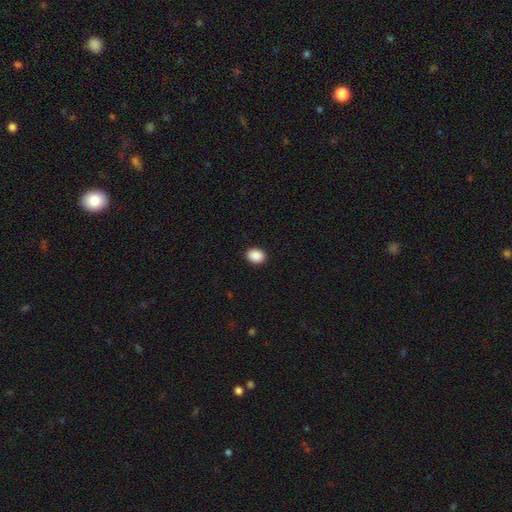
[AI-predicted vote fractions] The model was most divided on "how rounded": in between: 66%, round: 33%, cigar-shaped: 1%. More confident: merging — none (91%); smooth or featured — smooth (90%).